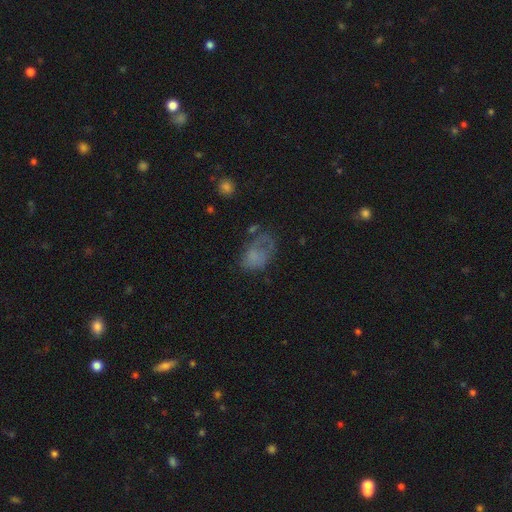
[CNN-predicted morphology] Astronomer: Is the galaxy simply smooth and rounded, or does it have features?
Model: smooth — 55%.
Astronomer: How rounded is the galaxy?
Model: in between — 80%.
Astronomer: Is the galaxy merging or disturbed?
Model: major disturbance — 35% (runner-up: none, 34%).